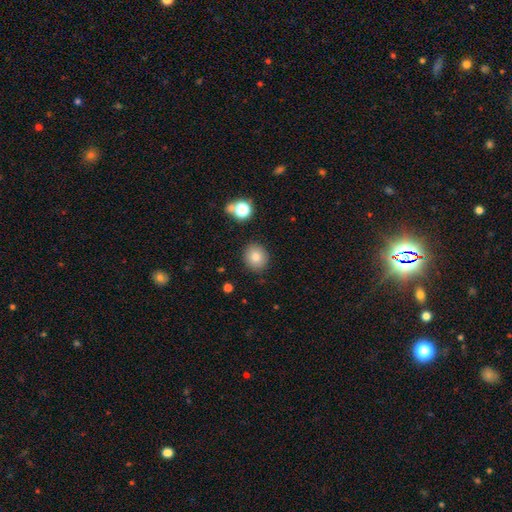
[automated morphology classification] Smooth or featured? Predicted: smooth (p=0.80). How rounded? Predicted: round (p=0.85). Merging? Predicted: none (p=0.88).